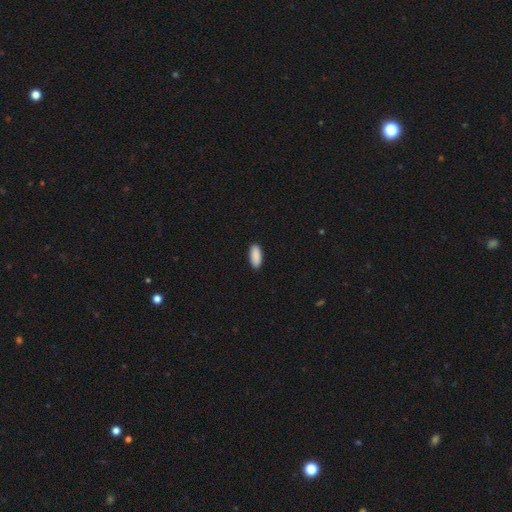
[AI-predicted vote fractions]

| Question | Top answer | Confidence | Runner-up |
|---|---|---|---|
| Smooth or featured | smooth | 91% | star or artifact (6%) |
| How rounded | in between | 86% | cigar-shaped (13%) |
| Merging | none | 90% | minor disturbance (7%) |